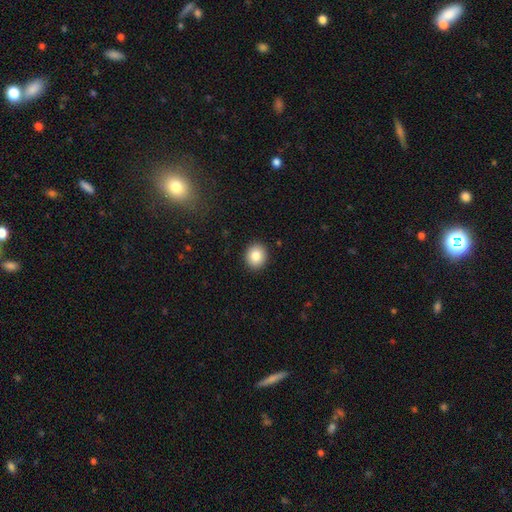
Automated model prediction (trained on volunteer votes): A smooth galaxy with no disk features (84%) that is round (77%).

Vote fractions:
- Smooth or featured? smooth: 84% / star or artifact: 9% / featured or disk: 7%
- How rounded? round: 77% / in between: 23% / cigar-shaped: 1%
- Merging? none: 91% / minor disturbance: 6% / major disturbance: 2% / merger: 1%